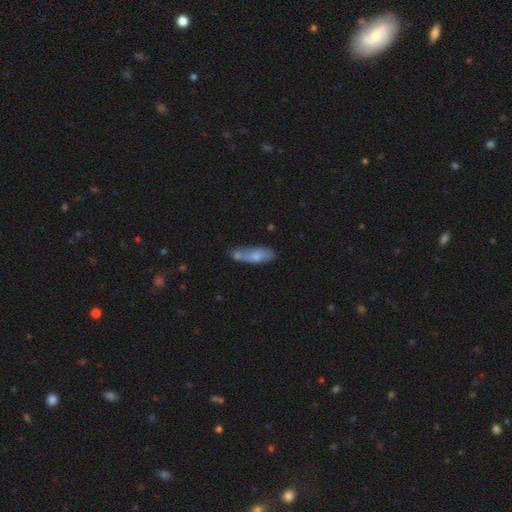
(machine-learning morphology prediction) type=smooth (67%); roundness=in between (53%); merging=none (44%).